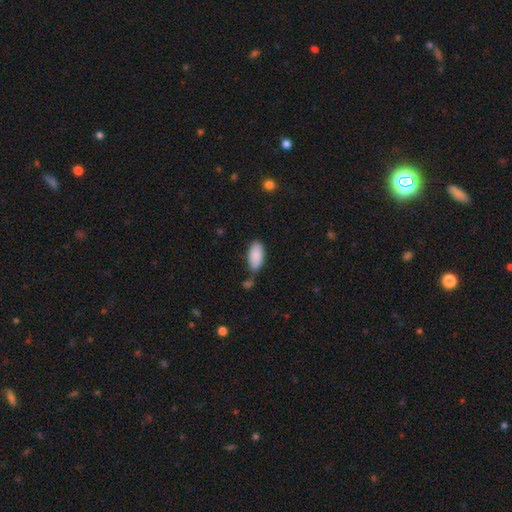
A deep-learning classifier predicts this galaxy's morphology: This is clearly a smooth galaxy (88%). How rounded: clearly in between (92%). Merging: likely none (62%).